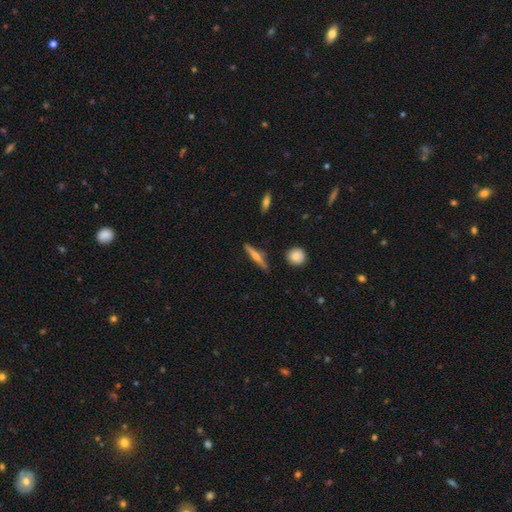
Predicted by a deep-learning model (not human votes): smooth-or-featured: featured or disk: 59% | smooth: 35% | star or artifact: 7%
  disk-edge-on: yes: 96% | no: 4%
    edge-on-bulge: rounded: 85% | none: 10% | boxy: 5%
  merging: none: 86% | minor disturbance: 10% | merger: 2% | major disturbance: 2%